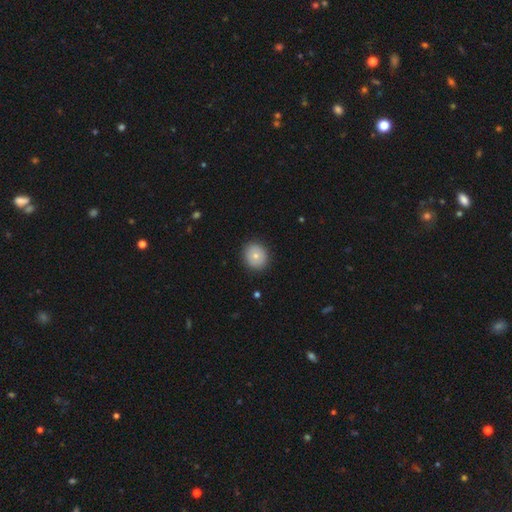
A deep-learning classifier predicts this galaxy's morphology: type=smooth (76%); roundness=round (82%); merging=none (89%).